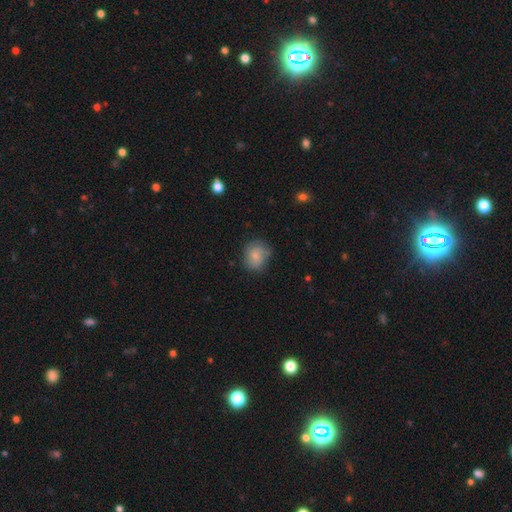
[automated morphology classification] The model was most divided on "merging": none: 70%, minor disturbance: 22%, major disturbance: 6%, merger: 2%. More confident: smooth or featured — smooth (76%); how rounded — round (74%).